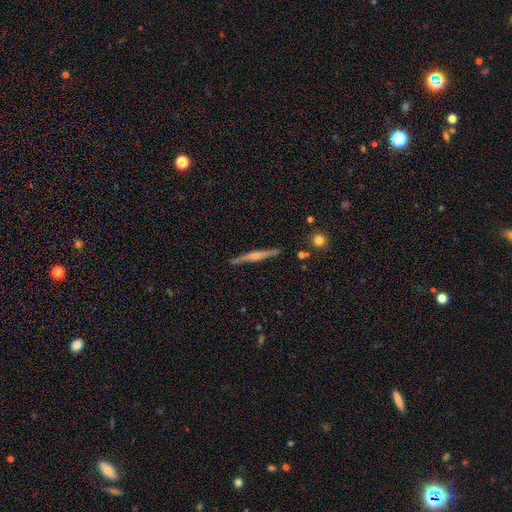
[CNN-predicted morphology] Smooth or featured? featured or disk (68%)
Edge-on disk? yes (98%)
Edge-on bulge? rounded (59%)
Merging? none (89%)